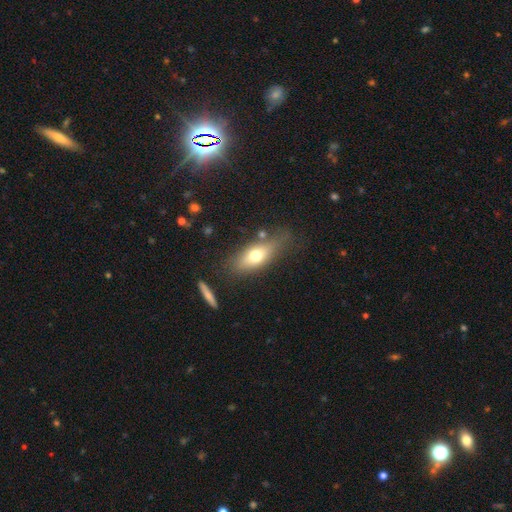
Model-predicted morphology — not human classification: smooth_or_featured: smooth (p=0.66) [alt: featured or disk p=0.26]
how_rounded: in between (p=0.73) [alt: cigar-shaped p=0.21]
merging: none (p=0.65) [alt: minor disturbance p=0.21]